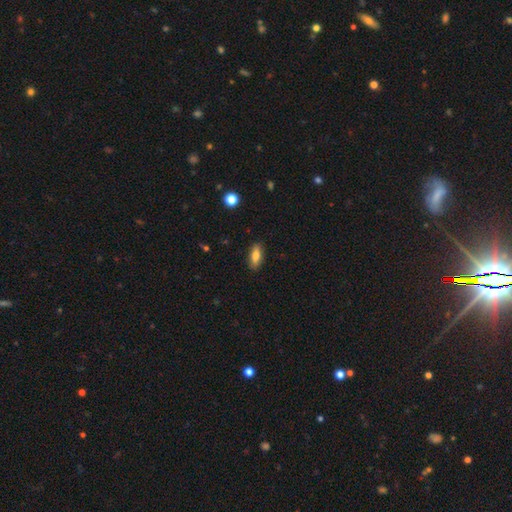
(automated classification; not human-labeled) This appears to be a smooth galaxy with no disk features (77%) that is in between round and cigar-shaped (77%). Merging: none (86%).